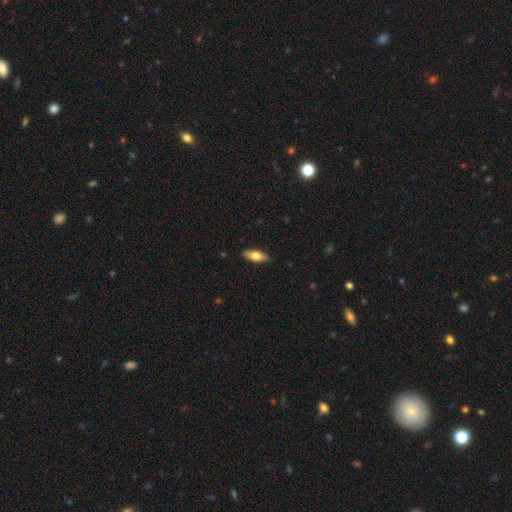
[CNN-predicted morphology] This appears to be a smooth galaxy with no disk features (70%) that is in between round and cigar-shaped (72%). Merging: none (88%).